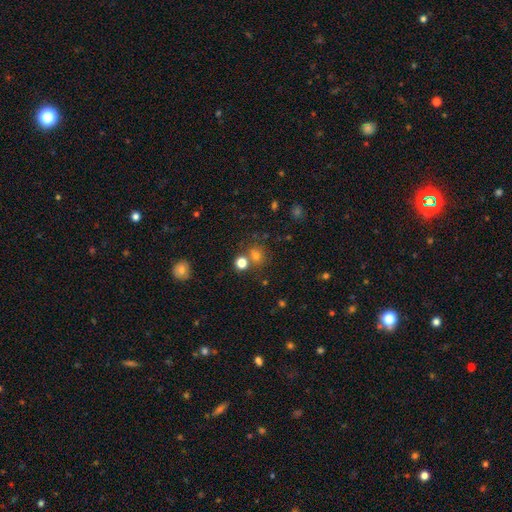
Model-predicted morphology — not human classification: smooth 70%, star or artifact 22%, featured or disk 9%. Down the decision tree: how rounded — round (82%); merging — none (65%).